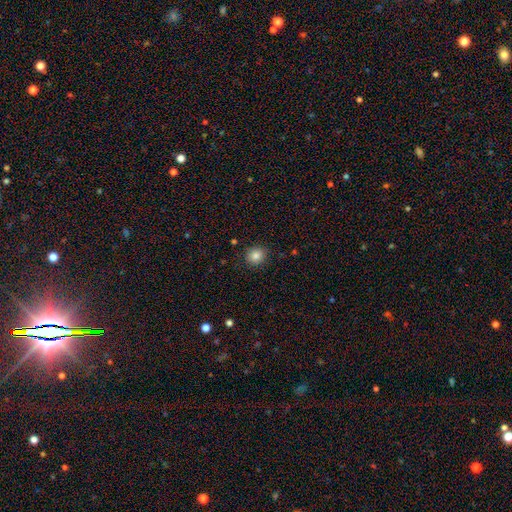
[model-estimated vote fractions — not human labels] The model was most divided on "how rounded": round: 82%, in between: 17%, cigar-shaped: 1%. More confident: merging — none (89%); smooth or featured — smooth (84%).